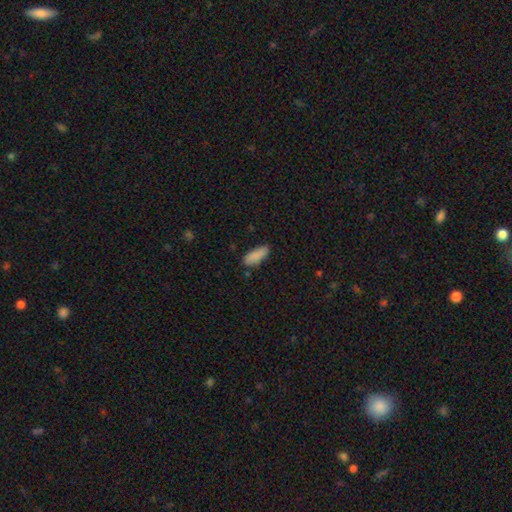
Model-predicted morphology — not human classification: A smooth galaxy with no disk features (88%) that is in between round and cigar-shaped (72%).

Vote fractions:
- Smooth or featured? smooth: 88% / star or artifact: 6% / featured or disk: 6%
- How rounded? in between: 72% / cigar-shaped: 26% / round: 2%
- Merging? none: 80% / minor disturbance: 15% / major disturbance: 3% / merger: 2%